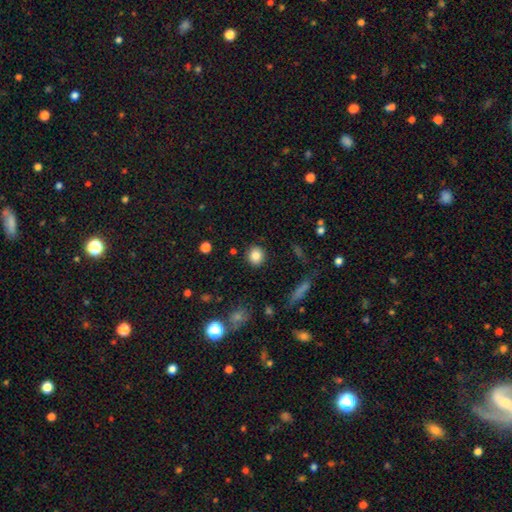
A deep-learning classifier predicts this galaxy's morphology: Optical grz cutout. It shows a smooth galaxy with no disk features (85%) that is round (84%). Merging: none (90%).